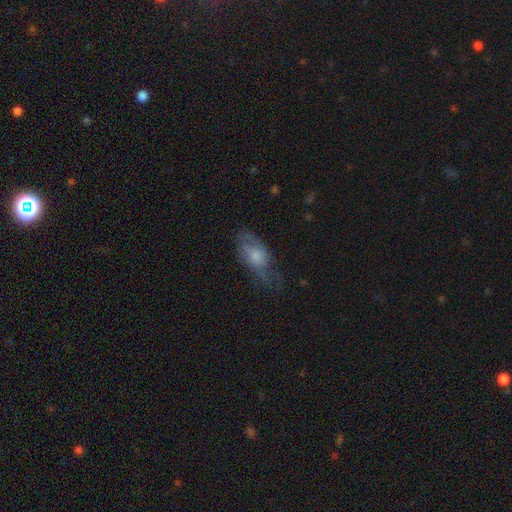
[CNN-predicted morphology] Q: Smooth or featured?
A: smooth (52%); runner-up: featured or disk (39%)
Q: How rounded?
A: in between (79%); runner-up: cigar-shaped (14%)
Q: Merging?
A: none (48%); runner-up: minor disturbance (29%)